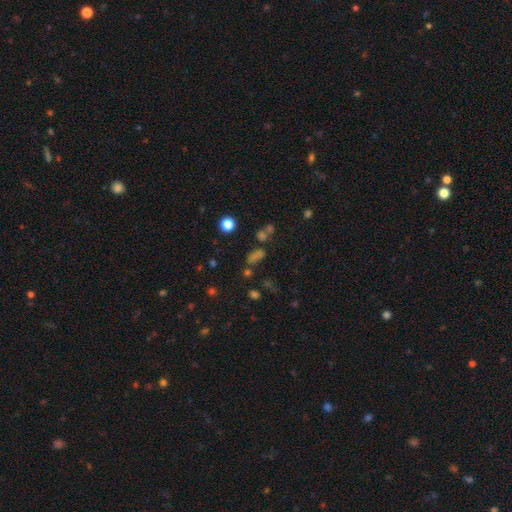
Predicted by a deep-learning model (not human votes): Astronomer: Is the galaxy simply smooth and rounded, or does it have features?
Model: star or artifact — 44% (runner-up: smooth, 43%).